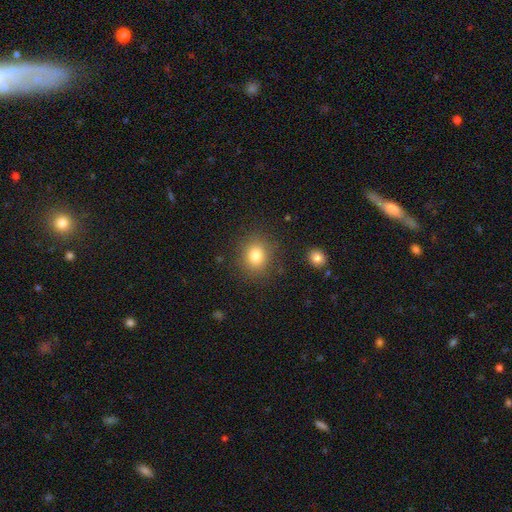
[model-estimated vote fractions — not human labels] smooth 80%, star or artifact 12%, featured or disk 8%. Down the decision tree: how rounded — round (71%); merging — none (85%).